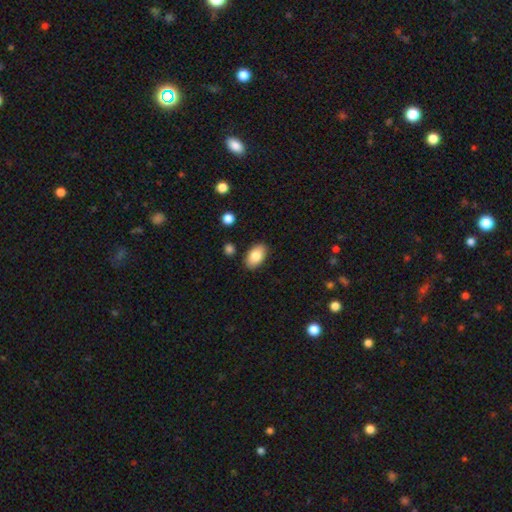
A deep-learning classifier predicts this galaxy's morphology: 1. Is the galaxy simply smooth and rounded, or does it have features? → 84% smooth, 9% featured or disk, 7% star or artifact.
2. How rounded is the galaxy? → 93% in between, 6% round, 1% cigar-shaped.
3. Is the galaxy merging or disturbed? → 86% none, 10% minor disturbance, 2% merger, 2% major disturbance.